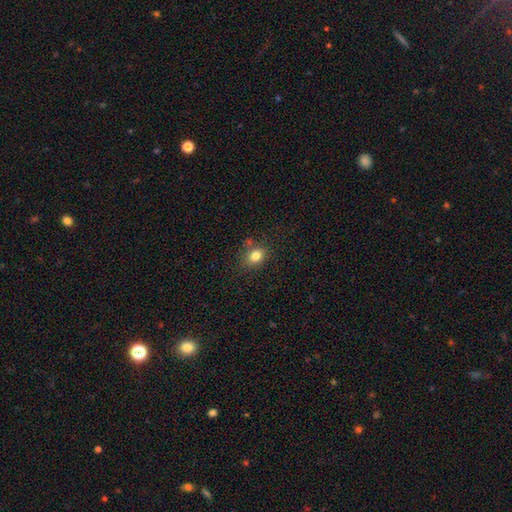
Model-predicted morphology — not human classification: This is clearly a smooth galaxy (81%). How rounded: possibly in between (52%). Merging: likely none (75%).